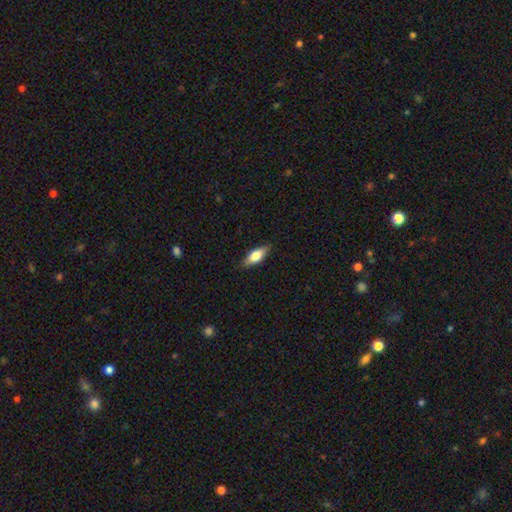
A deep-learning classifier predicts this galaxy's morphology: smooth-or-featured: smooth: 66% | featured or disk: 28% | star or artifact: 6%
  how-rounded: in between: 70% | cigar-shaped: 27% | round: 3%
  merging: none: 85% | minor disturbance: 12% | major disturbance: 2% | merger: 1%